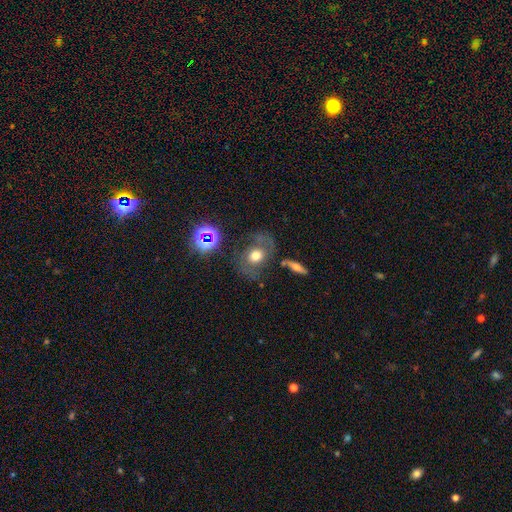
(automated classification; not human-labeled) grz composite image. It shows a smooth galaxy with no disk features (50%). Merging: none (55%).